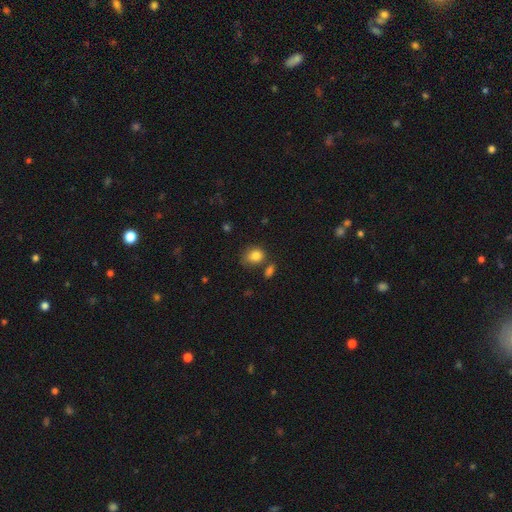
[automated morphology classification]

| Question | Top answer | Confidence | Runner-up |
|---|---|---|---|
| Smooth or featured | smooth | 83% | star or artifact (10%) |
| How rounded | in between | 53% | round (46%) |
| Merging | none | 56% | minor disturbance (23%) |